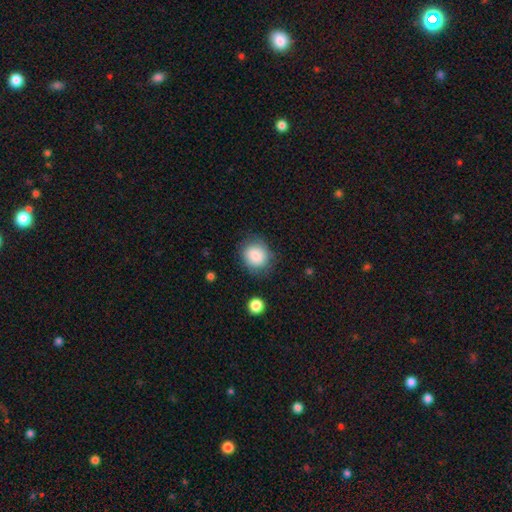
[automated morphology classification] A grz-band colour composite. It shows a smooth galaxy with no disk features (85%) that is round (74%). Merging: none (78%).